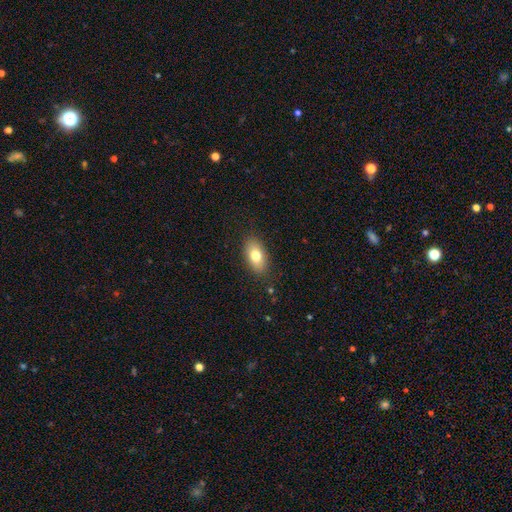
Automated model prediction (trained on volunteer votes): Morphology: type=smooth (77%); roundness=in between (90%); merging=none (86%).